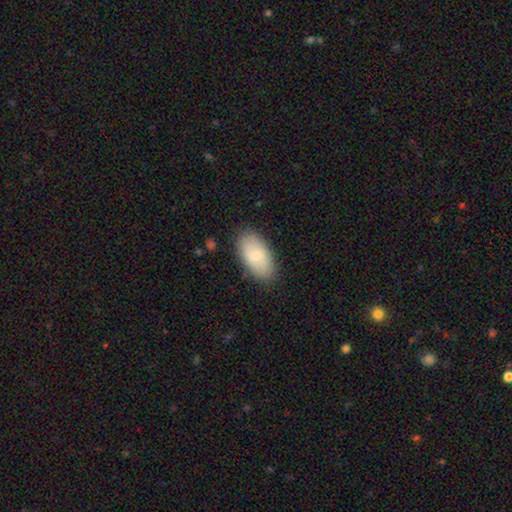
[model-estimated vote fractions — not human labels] smooth-or-featured: smooth: 77% | featured or disk: 17% | star or artifact: 6%
  how-rounded: in between: 94% | cigar-shaped: 3% | round: 3%
  merging: none: 85% | minor disturbance: 11% | major disturbance: 3% | merger: 1%